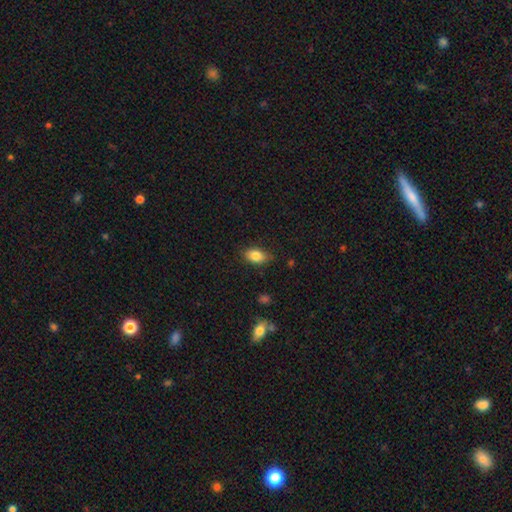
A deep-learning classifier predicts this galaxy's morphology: Overall: smooth (85%). How rounded: in between (85%). Merging: none (80%).